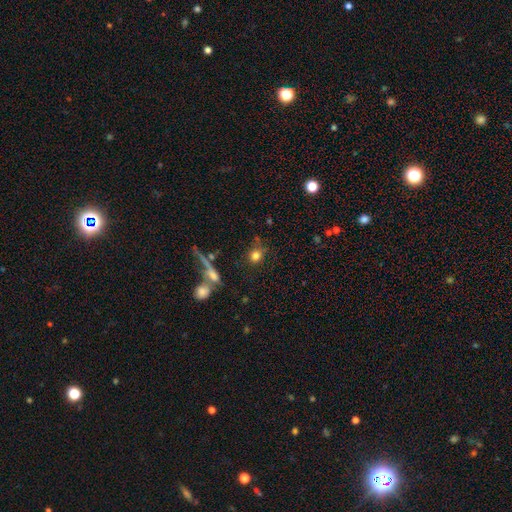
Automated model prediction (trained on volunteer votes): Smooth or featured: smooth — 79% (star or artifact — 12%)
How rounded: round — 80% (in between — 17%)
Merging: none — 68% (minor disturbance — 13%)